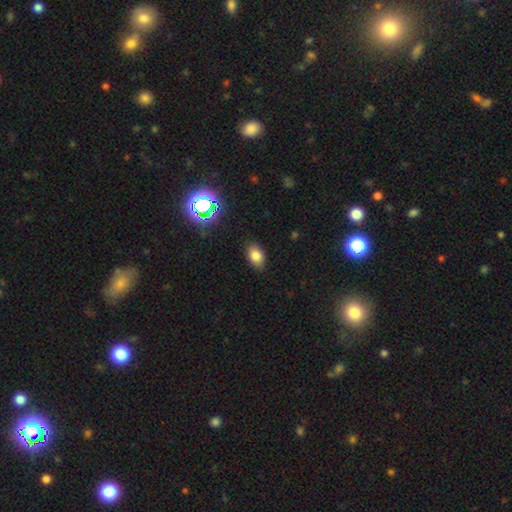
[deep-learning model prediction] Q: Smooth or featured?
A: smooth (79%); runner-up: star or artifact (13%)
Q: How rounded?
A: in between (86%); runner-up: round (13%)
Q: Merging?
A: none (84%); runner-up: minor disturbance (12%)